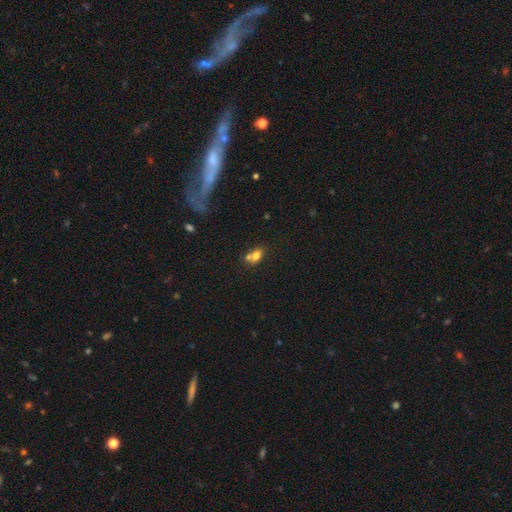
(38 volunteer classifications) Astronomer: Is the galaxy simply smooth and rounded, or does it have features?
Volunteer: smooth — 76%.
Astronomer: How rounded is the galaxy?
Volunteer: in between — 86%.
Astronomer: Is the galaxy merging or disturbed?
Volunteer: merger — 71%.